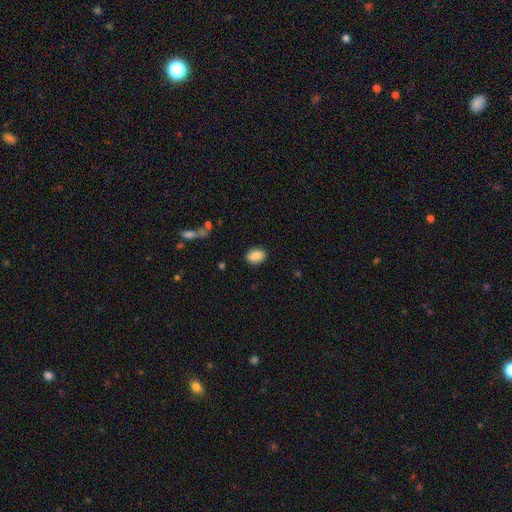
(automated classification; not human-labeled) smooth 86%, star or artifact 8%, featured or disk 7%. Down the decision tree: how rounded — in between (81%); merging — none (87%).